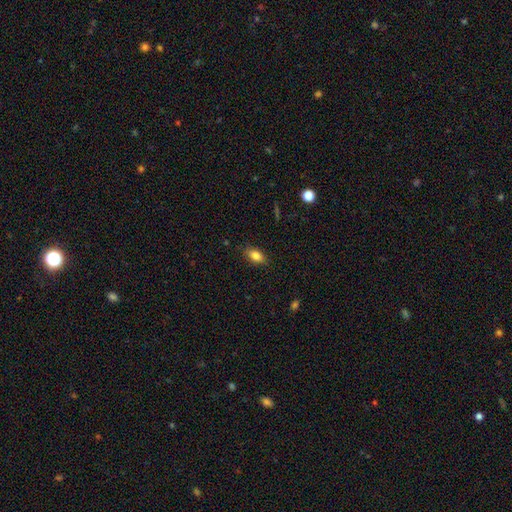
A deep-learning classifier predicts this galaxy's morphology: This is clearly a smooth galaxy (83%). How rounded: clearly in between (86%). Merging: clearly none (83%).